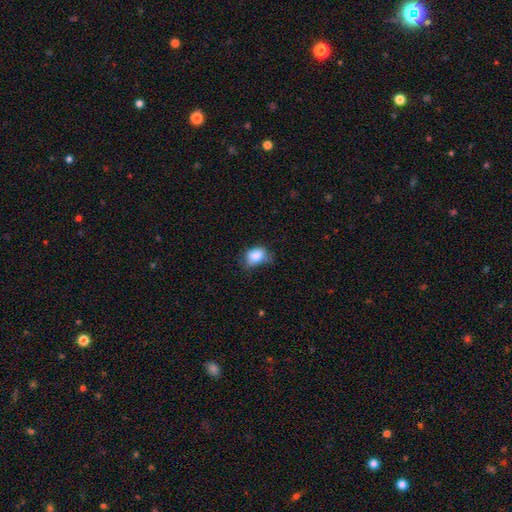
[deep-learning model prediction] Smooth or featured: smooth — 83% (star or artifact — 9%)
How rounded: in between — 66% (round — 32%)
Merging: none — 43% (minor disturbance — 39%)